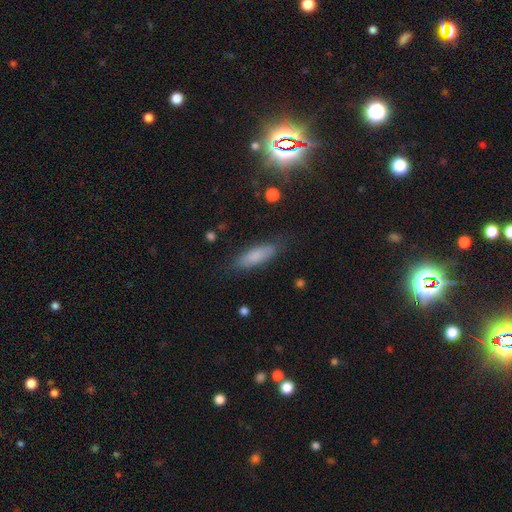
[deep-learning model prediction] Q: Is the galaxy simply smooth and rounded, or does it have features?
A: smooth — 79%.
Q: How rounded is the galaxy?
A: in between — 50%.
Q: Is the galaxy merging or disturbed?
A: none — 81%.